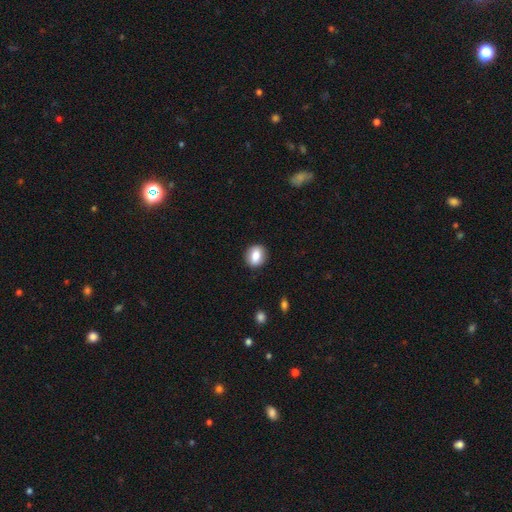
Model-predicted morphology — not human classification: A smooth galaxy with no disk features (80%) that is round (56%).

Vote fractions:
- Smooth or featured? smooth: 80% / featured or disk: 12% / star or artifact: 8%
- How rounded? round: 56% / in between: 43% / cigar-shaped: 1%
- Merging? none: 89% / minor disturbance: 8% / major disturbance: 2% / merger: 1%